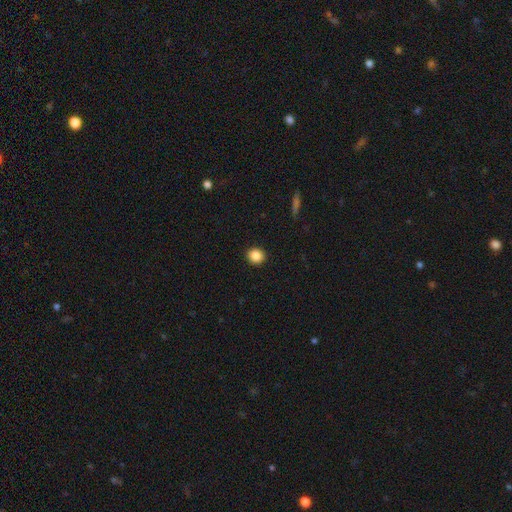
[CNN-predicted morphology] Smooth or featured? Predicted: smooth (p=0.86). How rounded? Predicted: round (p=0.83). Merging? Predicted: none (p=0.92).